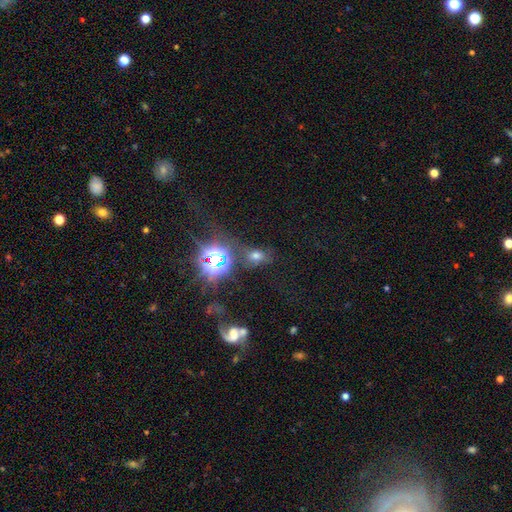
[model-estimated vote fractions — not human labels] smooth_or_featured: smooth (p=0.48) [alt: star or artifact p=0.40]
merging: none (p=0.62) [alt: minor disturbance p=0.17]